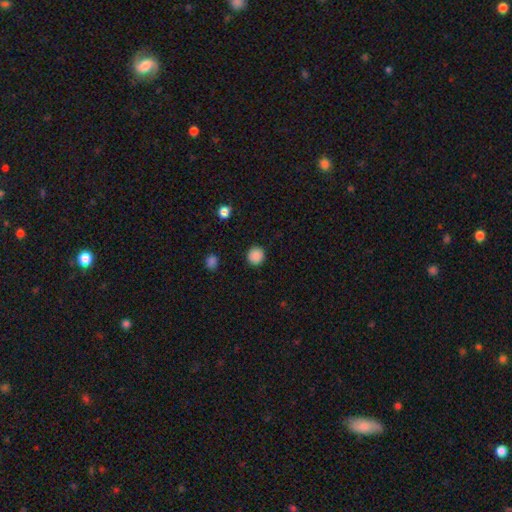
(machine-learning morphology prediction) Smooth or featured: smooth — 88% (star or artifact — 10%)
How rounded: round — 92% (in between — 7%)
Merging: none — 91% (minor disturbance — 6%)